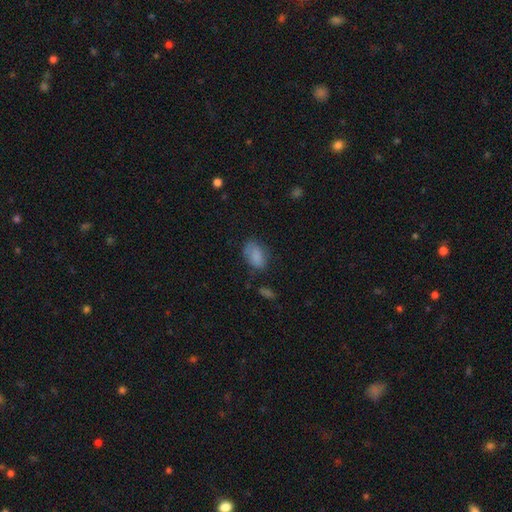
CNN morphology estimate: Smooth or featured: smooth — 82% (star or artifact — 9%)
How rounded: in between — 89% (round — 9%)
Merging: none — 60% (minor disturbance — 27%)